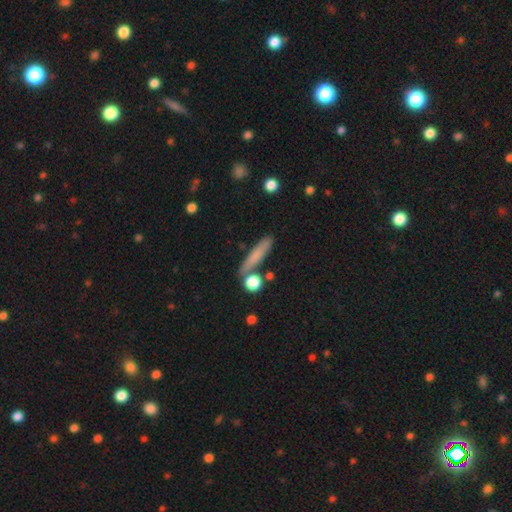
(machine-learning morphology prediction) This is likely a smooth galaxy (71%). How rounded: clearly cigar-shaped (85%). Merging: likely none (76%).